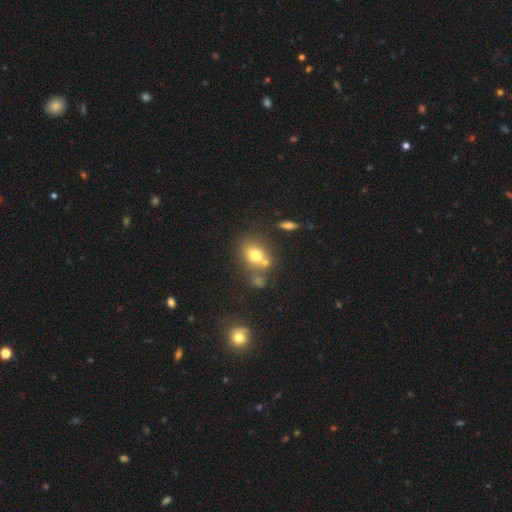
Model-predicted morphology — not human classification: Smooth or featured: smooth — 73% (featured or disk — 14%)
How rounded: round — 50% (in between — 49%)
Merging: none — 54% (merger — 25%)